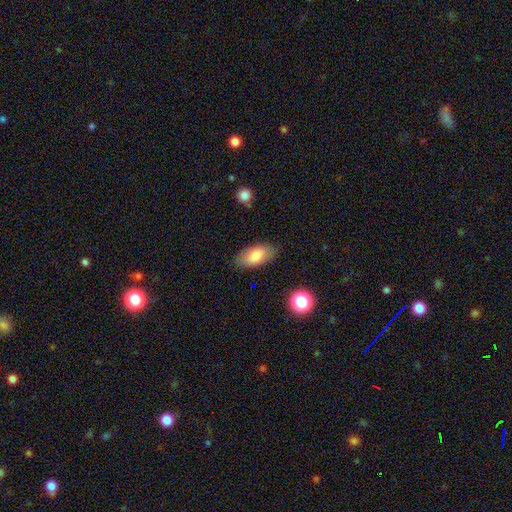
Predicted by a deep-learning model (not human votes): Smooth or featured? smooth (79%)
How rounded? in between (92%)
Merging? none (84%)